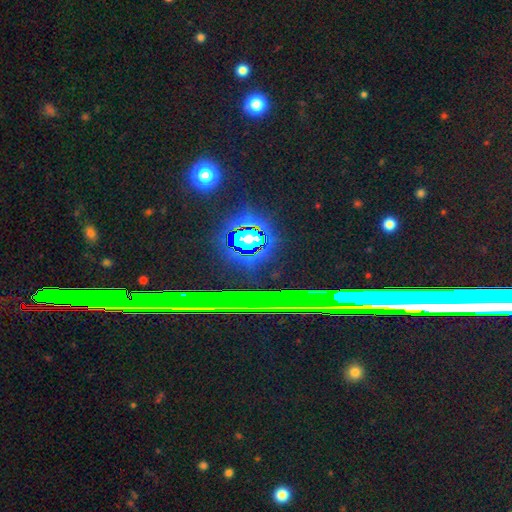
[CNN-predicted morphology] Smooth or featured: star or artifact — 81% (smooth — 11%)